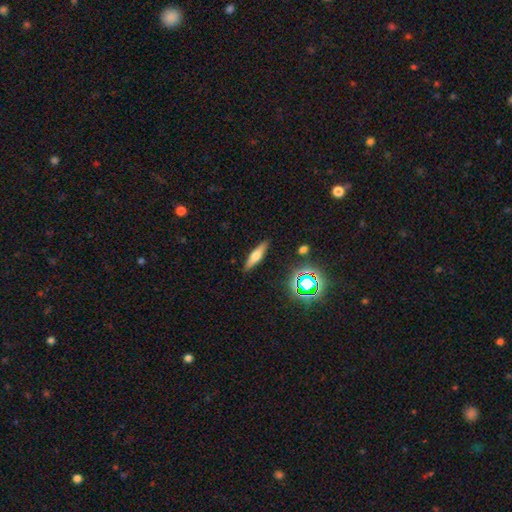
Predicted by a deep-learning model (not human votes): A smooth galaxy with no disk features (51%) that is cigar-shaped (71%).

Vote fractions:
- Smooth or featured? smooth: 51% / featured or disk: 37% / star or artifact: 12%
- How rounded? cigar-shaped: 71% / in between: 26% / round: 3%
- Merging? none: 88% / minor disturbance: 8% / major disturbance: 2% / merger: 2%